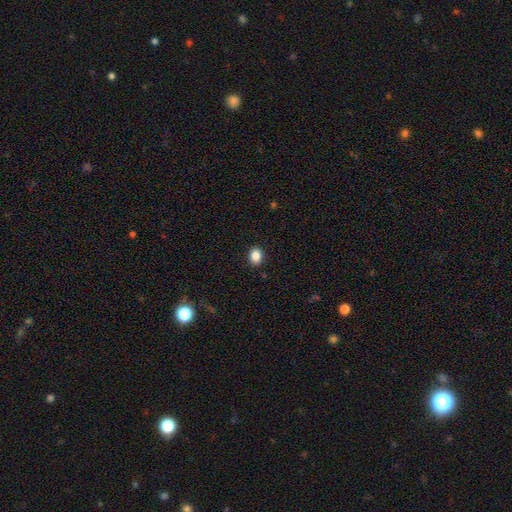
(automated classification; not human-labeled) This is clearly a smooth galaxy (86%). How rounded: possibly in between (52%). Merging: clearly none (90%).